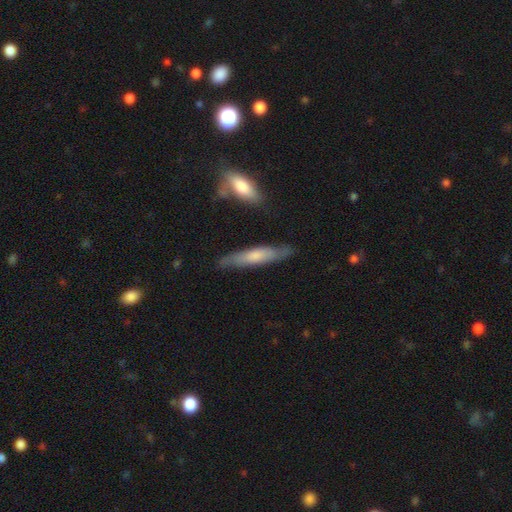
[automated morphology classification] This appears to be a smooth galaxy with no disk features (56%) that is cigar-shaped (87%). Merging: none (79%).